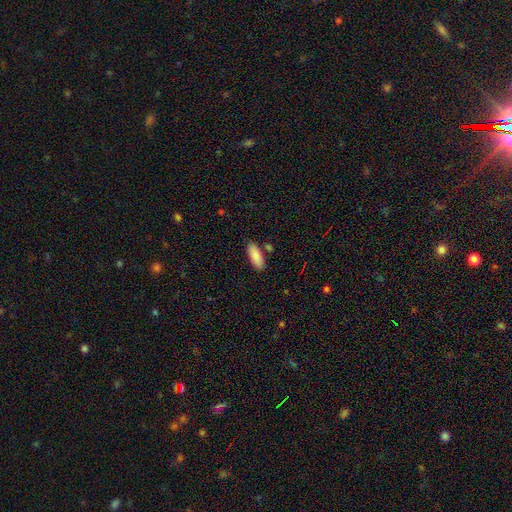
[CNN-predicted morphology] Smooth or featured?
  - smooth: 87% *
  - featured or disk: 7%
  - star or artifact: 6%
How rounded?
  - in between: 73% *
  - cigar-shaped: 25%
  - round: 2%
Merging?
  - none: 83% *
  - minor disturbance: 10%
  - merger: 5%
  - major disturbance: 2%